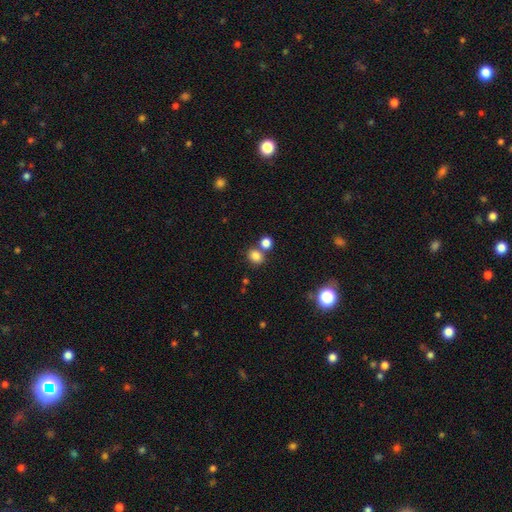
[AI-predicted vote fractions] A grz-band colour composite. It shows a smooth galaxy with no disk features (82%) that is round (63%). Merging: none (61%).